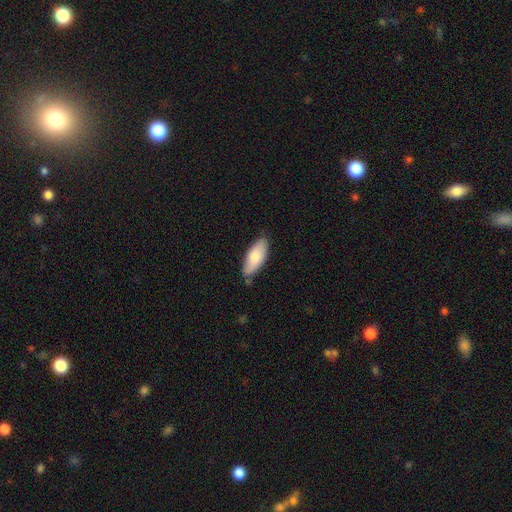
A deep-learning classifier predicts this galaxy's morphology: Smooth or featured? smooth (77%)
How rounded? in between (80%)
Merging? none (73%)